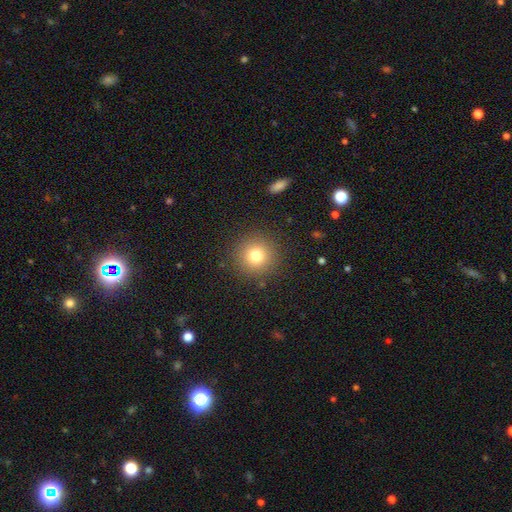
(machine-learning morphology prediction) This appears to be a smooth galaxy with no disk features (77%) that is round (95%). Merging: none (90%).